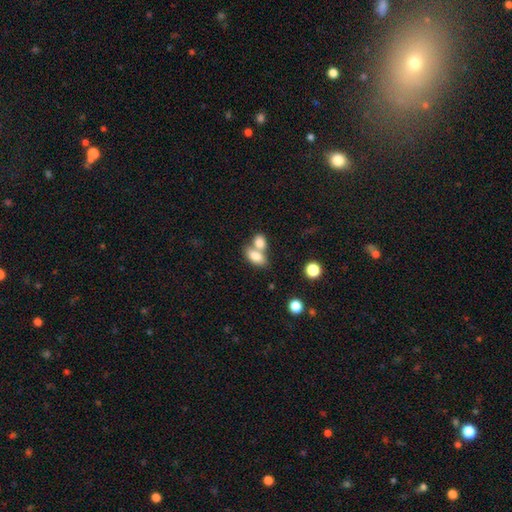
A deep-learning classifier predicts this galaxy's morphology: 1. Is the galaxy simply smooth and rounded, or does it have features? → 80% smooth, 13% featured or disk, 8% star or artifact.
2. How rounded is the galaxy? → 86% in between, 10% round, 4% cigar-shaped.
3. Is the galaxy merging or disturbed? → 57% merger, 32% none, 8% minor disturbance, 3% major disturbance.